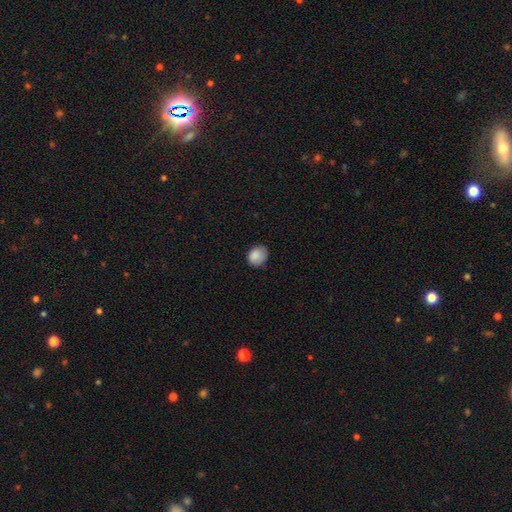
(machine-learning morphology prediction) The model was most divided on "how rounded": round: 56%, in between: 43%, cigar-shaped: 1%. More confident: smooth or featured — smooth (85%); merging — none (68%).